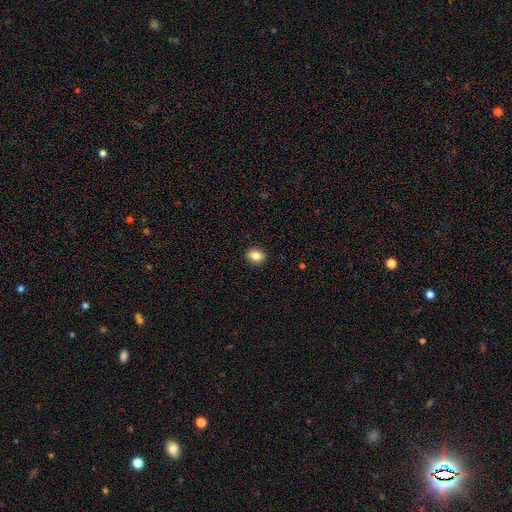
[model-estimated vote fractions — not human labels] Smooth or featured? smooth (84%)
How rounded? in between (51%)
Merging? none (91%)